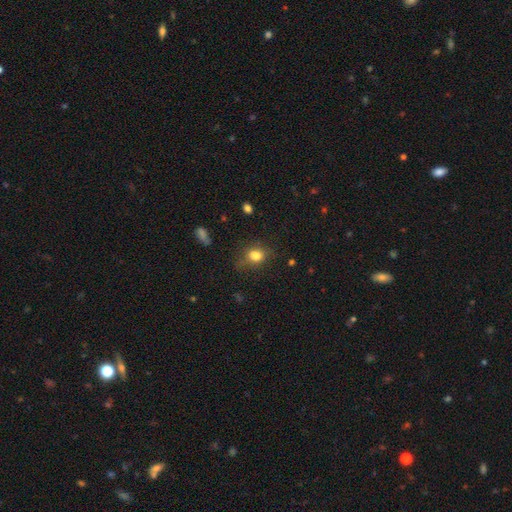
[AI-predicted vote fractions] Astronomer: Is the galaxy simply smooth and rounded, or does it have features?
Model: smooth — 79%.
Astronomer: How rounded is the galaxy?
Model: in between — 56% (runner-up: round, 42%).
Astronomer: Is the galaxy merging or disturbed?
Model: none — 62%.